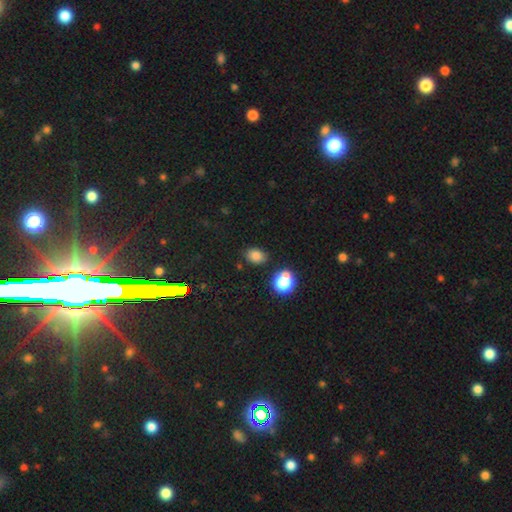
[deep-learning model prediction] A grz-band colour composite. It shows a smooth galaxy with no disk features (78%) that is in between round and cigar-shaped (66%). Merging: none (80%).